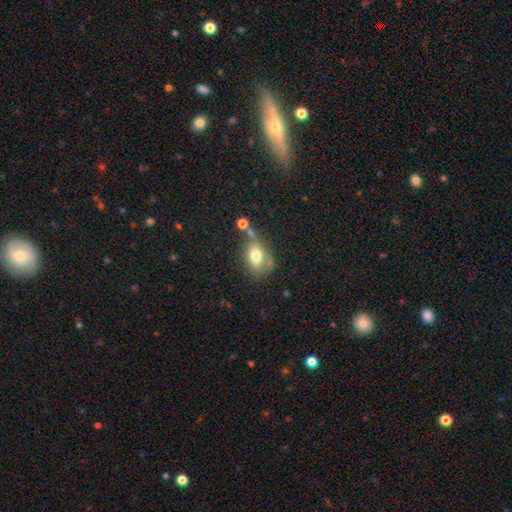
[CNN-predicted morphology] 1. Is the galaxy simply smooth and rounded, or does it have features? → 72% smooth, 18% featured or disk, 10% star or artifact.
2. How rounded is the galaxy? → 76% in between, 21% round, 3% cigar-shaped.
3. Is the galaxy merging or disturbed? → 44% none, 22% merger, 22% minor disturbance, 12% major disturbance.